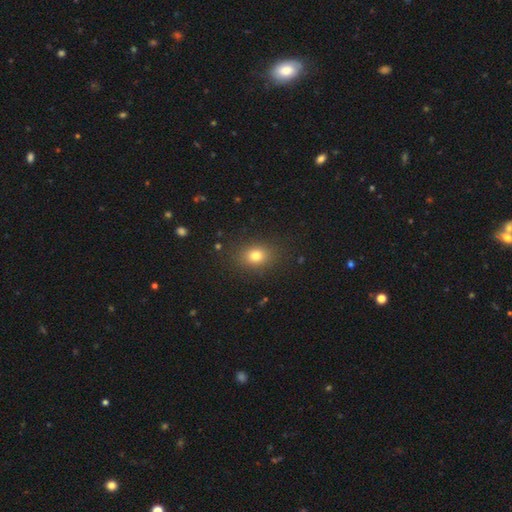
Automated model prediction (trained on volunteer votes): Smooth or featured?
  - smooth: 79% *
  - star or artifact: 13%
  - featured or disk: 8%
How rounded?
  - in between: 53% *
  - round: 46%
  - cigar-shaped: 1%
Merging?
  - none: 86% *
  - minor disturbance: 9%
  - major disturbance: 3%
  - merger: 1%